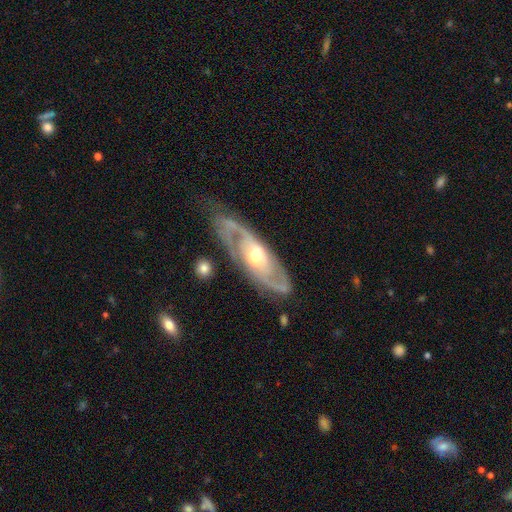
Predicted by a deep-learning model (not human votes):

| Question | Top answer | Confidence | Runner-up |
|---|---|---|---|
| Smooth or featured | featured or disk | 84% | smooth (12%) |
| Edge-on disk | no | 87% | yes (13%) |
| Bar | no | 63% | weak (27%) |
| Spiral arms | yes | 87% | no (13%) |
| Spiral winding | tight | 43% | medium (41%) |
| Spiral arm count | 2 | 71% | can't tell (16%) |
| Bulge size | moderate | 66% | small (27%) |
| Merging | none | 72% | minor disturbance (17%) |